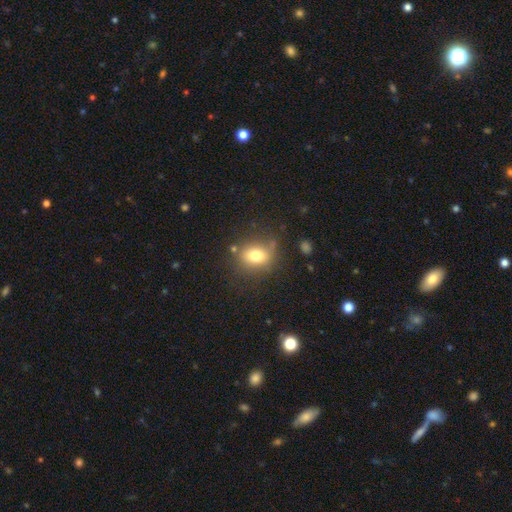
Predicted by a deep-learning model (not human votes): Overall: smooth (76%). How rounded: round (53%; in between 46%). Merging: none (69%).